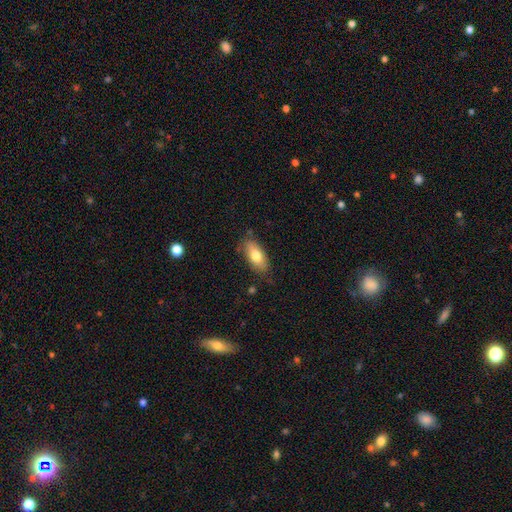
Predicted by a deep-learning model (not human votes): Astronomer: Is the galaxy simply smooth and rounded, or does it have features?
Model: smooth — 76%.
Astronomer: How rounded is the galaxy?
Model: in between — 88%.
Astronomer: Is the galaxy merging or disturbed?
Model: none — 79%.